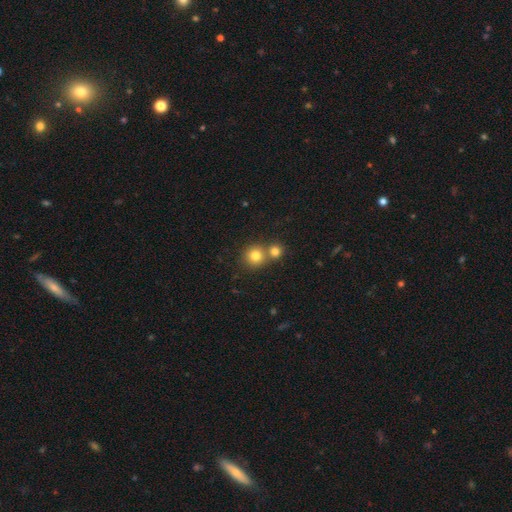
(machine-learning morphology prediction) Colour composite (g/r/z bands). It shows a smooth galaxy with no disk features (79%) that is round (90%). Merging: none (56%).